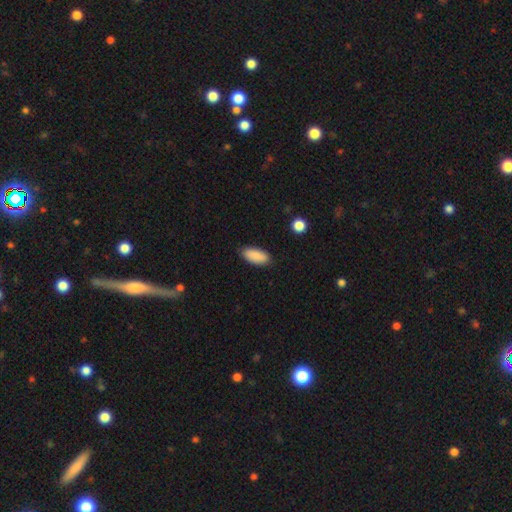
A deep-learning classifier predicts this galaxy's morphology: type=smooth (88%); roundness=in between (84%); merging=none (86%).